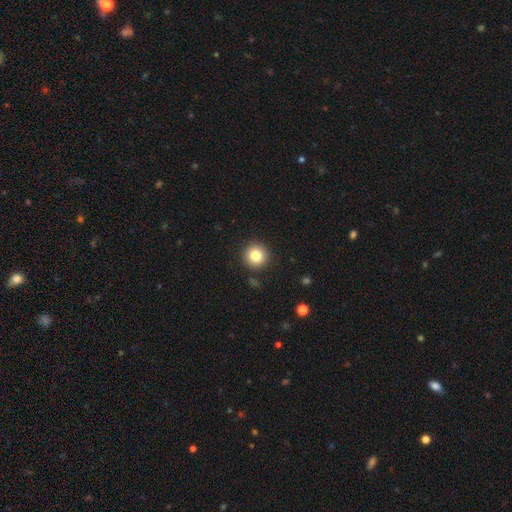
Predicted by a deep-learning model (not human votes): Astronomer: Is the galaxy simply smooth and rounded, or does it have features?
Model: smooth — 82%.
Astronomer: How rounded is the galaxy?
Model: round — 95%.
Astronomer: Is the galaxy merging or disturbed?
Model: none — 91%.